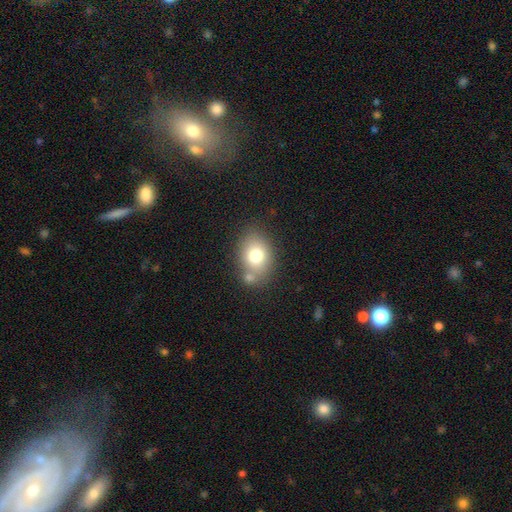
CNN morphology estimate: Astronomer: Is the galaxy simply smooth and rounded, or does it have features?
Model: smooth — 75%.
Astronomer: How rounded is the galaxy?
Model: in between — 67%.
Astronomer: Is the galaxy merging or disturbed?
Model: none — 63%.